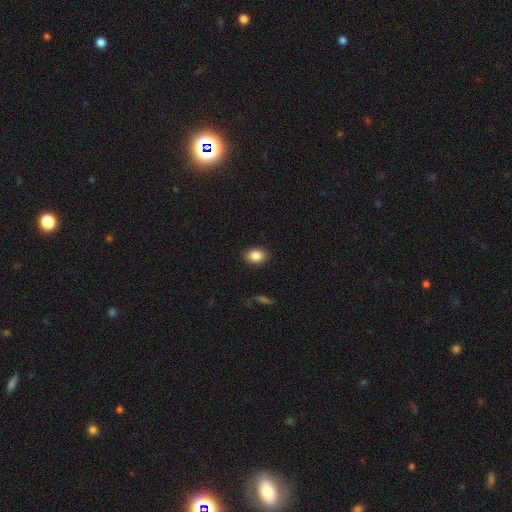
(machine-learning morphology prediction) type=smooth (86%); roundness=in between (73%); merging=none (88%).